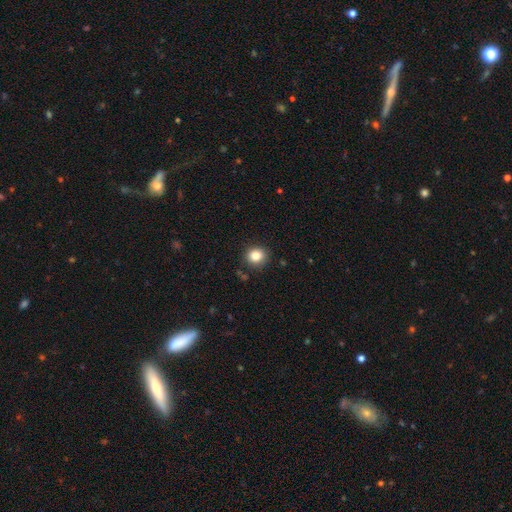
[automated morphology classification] A smooth galaxy with no disk features (83%) that is round (84%). Merging: none (88%).